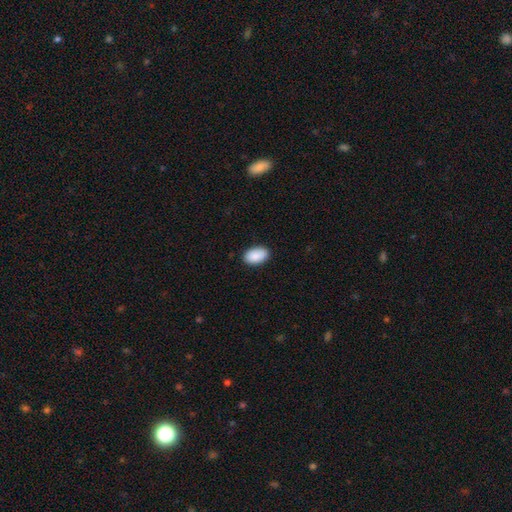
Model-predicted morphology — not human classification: Smooth or featured?
  - smooth: 90% *
  - star or artifact: 6%
  - featured or disk: 3%
How rounded?
  - in between: 94% *
  - round: 5%
  - cigar-shaped: 1%
Merging?
  - none: 88% *
  - minor disturbance: 9%
  - major disturbance: 2%
  - merger: 1%